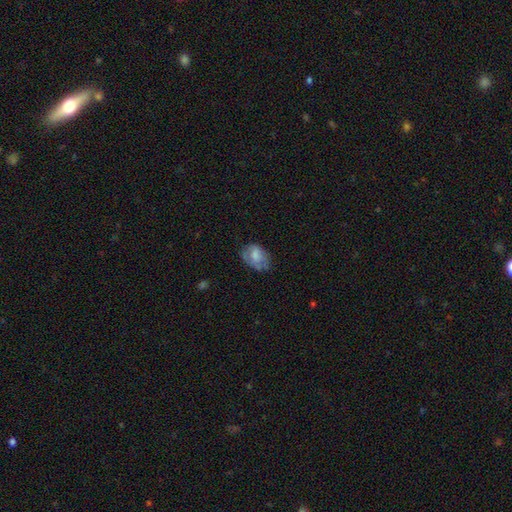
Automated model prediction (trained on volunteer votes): This appears to be a smooth galaxy with no disk features (67%) that is in between round and cigar-shaped (80%). Merging: none (52%).